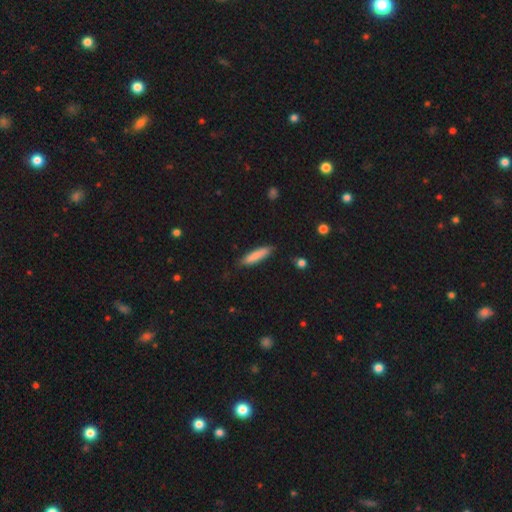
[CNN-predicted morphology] Overall: smooth (83%). How rounded: cigar-shaped (83%). Merging: none (85%).